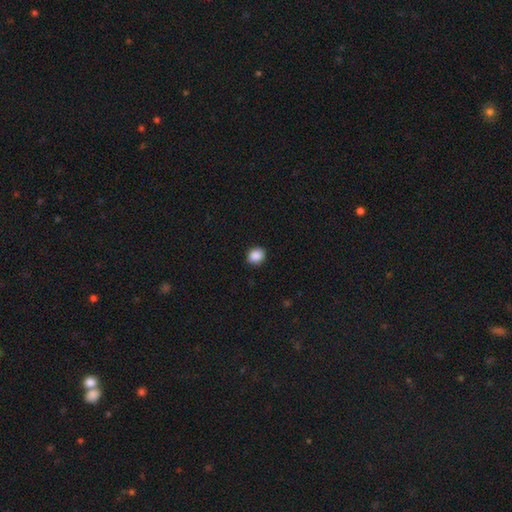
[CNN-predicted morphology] This is clearly a smooth galaxy (89%). How rounded: likely round (67%). Merging: clearly none (89%).